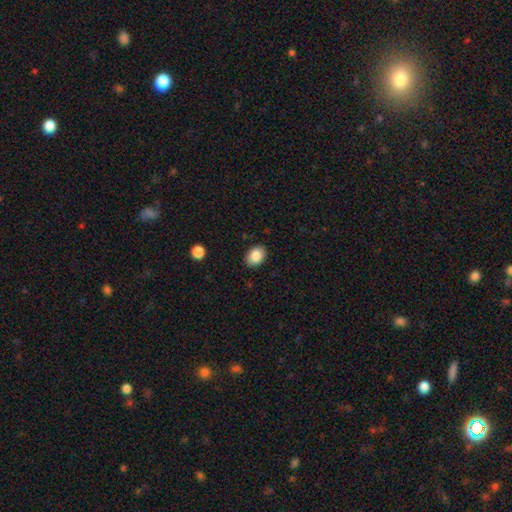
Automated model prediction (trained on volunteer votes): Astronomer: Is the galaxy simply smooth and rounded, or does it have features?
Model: smooth — 87%.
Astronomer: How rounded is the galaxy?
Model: in between — 71%.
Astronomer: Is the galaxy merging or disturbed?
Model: none — 87%.